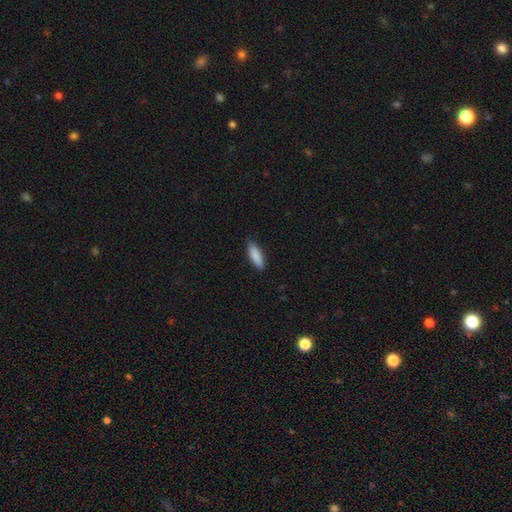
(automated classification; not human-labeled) smooth 88%, featured or disk 6%, star or artifact 6%. Down the decision tree: how rounded — in between (51%); merging — none (86%).